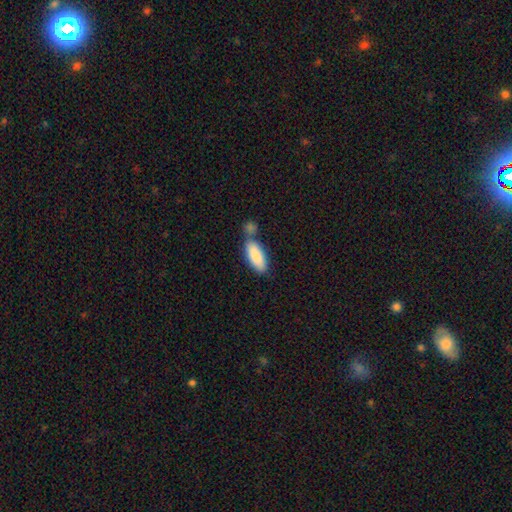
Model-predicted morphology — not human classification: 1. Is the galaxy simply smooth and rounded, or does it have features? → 85% smooth, 9% featured or disk, 6% star or artifact.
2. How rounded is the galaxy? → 82% in between, 16% cigar-shaped, 2% round.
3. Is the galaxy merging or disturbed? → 53% none, 29% merger, 14% minor disturbance, 4% major disturbance.